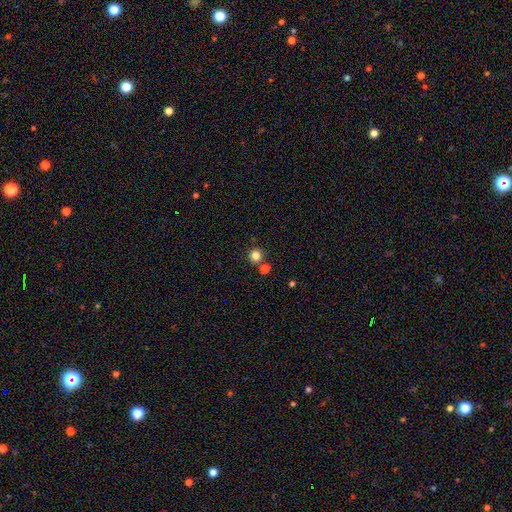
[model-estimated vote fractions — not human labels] This appears to be a smooth galaxy with no disk features (82%) that is round (94%). Merging: none (79%).